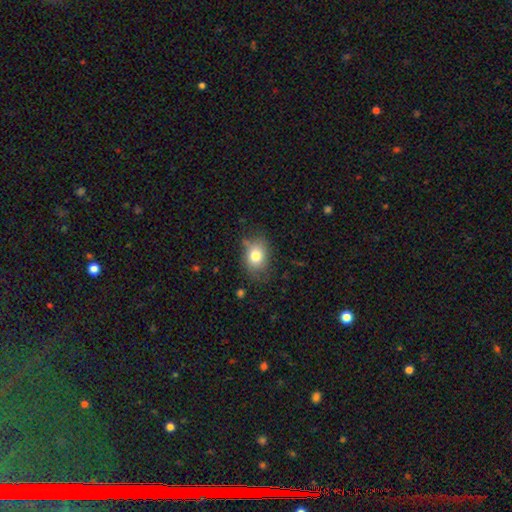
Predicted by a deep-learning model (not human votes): Q: Smooth or featured?
A: smooth (78%); runner-up: featured or disk (12%)
Q: How rounded?
A: in between (60%); runner-up: round (39%)
Q: Merging?
A: none (70%); runner-up: minor disturbance (22%)